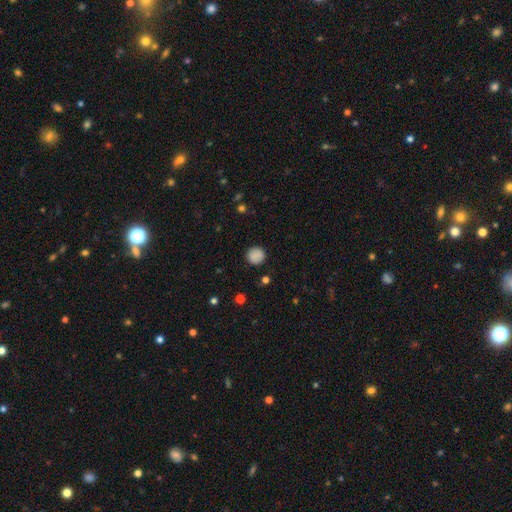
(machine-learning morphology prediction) smooth_or_featured: smooth (p=0.87) [alt: star or artifact p=0.09]
how_rounded: round (p=0.92) [alt: in between p=0.07]
merging: none (p=0.88) [alt: minor disturbance p=0.08]